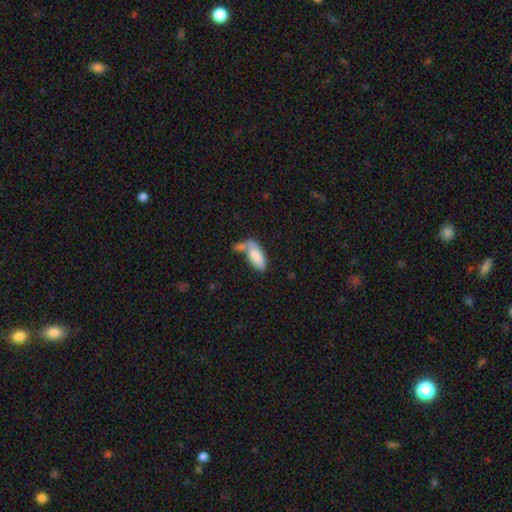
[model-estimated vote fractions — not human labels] A smooth galaxy with no disk features (80%) that is in between round and cigar-shaped (87%). Merging: merger (38%).